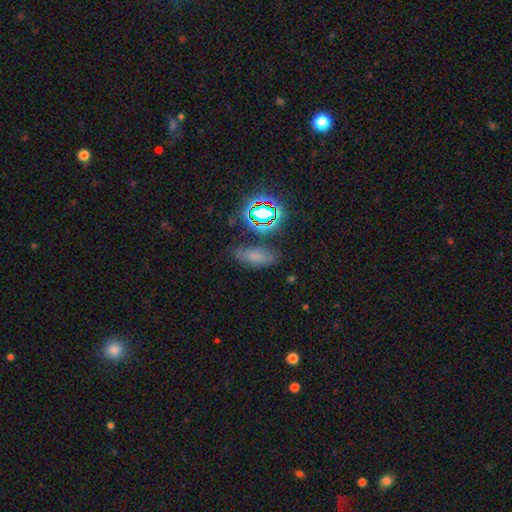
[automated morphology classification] smooth 55%, star or artifact 29%, featured or disk 16%. Down the decision tree: how rounded — in between (81%); merging — none (69%).